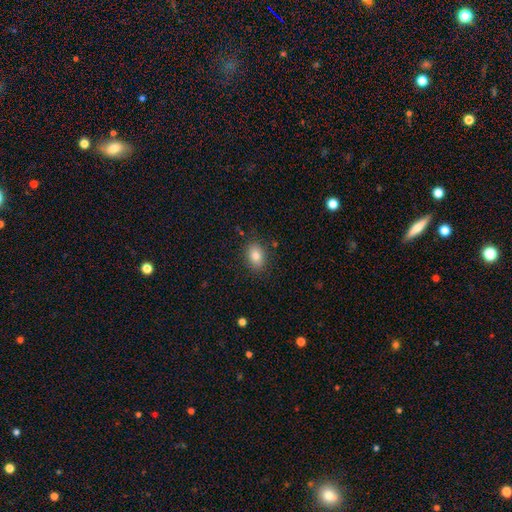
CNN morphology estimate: type=smooth (83%); roundness=in between (79%); merging=none (86%).